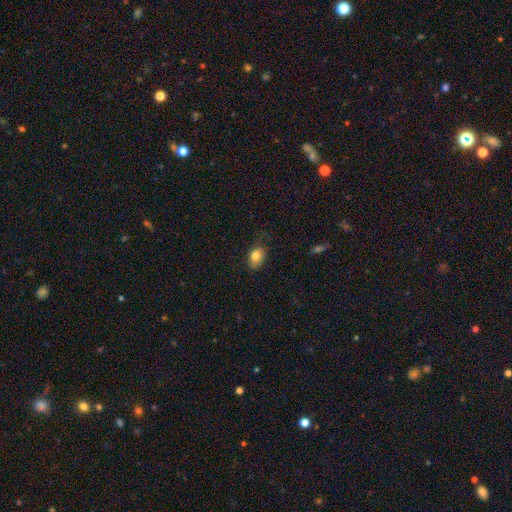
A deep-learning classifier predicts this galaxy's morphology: Overall: smooth (82%). How rounded: in between (81%). Merging: none (64%; minor disturbance 27%).